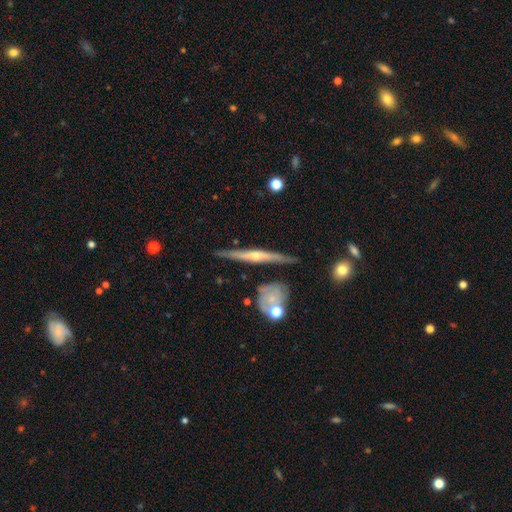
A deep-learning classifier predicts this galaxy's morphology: Smooth or featured?
  - featured or disk: 76% *
  - smooth: 18%
  - star or artifact: 6%
Edge-on disk?
  - yes: 96% *
  - no: 4%
Edge-on bulge?
  - rounded: 79% *
  - none: 17%
  - boxy: 5%
Merging?
  - none: 79% *
  - minor disturbance: 14%
  - merger: 4%
  - major disturbance: 3%